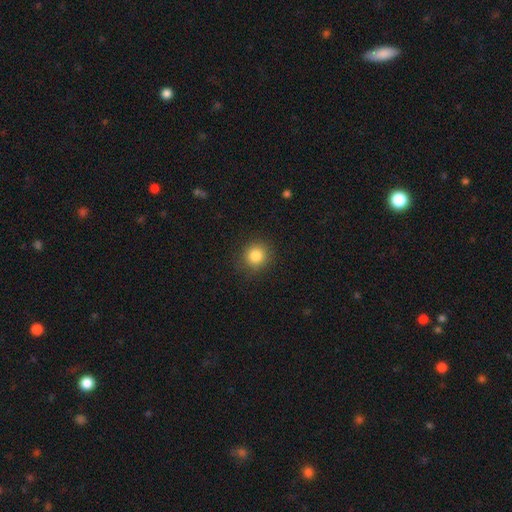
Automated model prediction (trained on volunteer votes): Smooth or featured: smooth — 84% (star or artifact — 11%)
How rounded: round — 88% (in between — 11%)
Merging: none — 88% (minor disturbance — 9%)